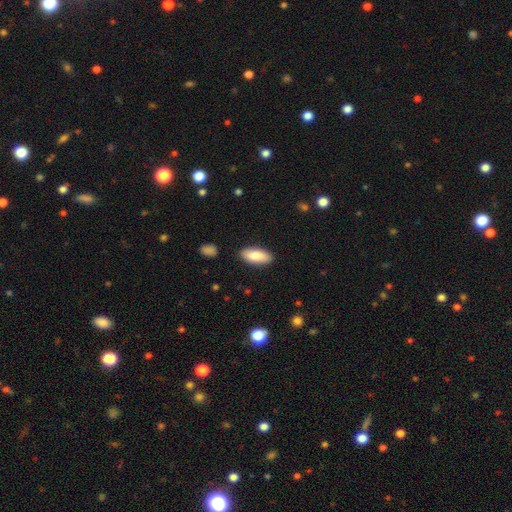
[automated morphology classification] This appears to be a smooth galaxy with no disk features (85%) that is in between round and cigar-shaped (85%). Merging: none (87%).